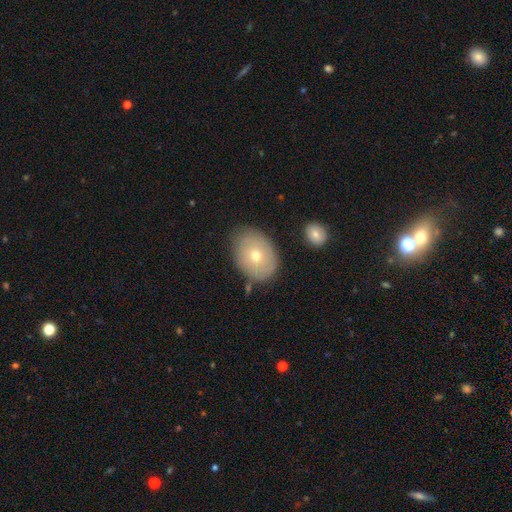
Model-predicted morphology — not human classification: The model was most divided on "smooth or featured": smooth: 61%, featured or disk: 31%, star or artifact: 9%. More confident: merging — none (77%); how rounded — in between (69%).